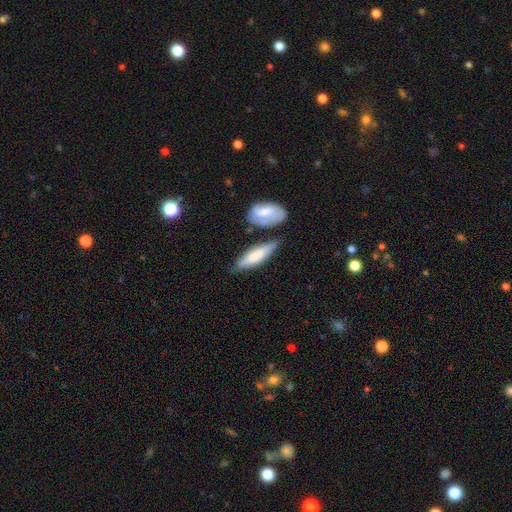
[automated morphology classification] type=smooth (68%); roundness=cigar-shaped (62%); merging=none (64%).